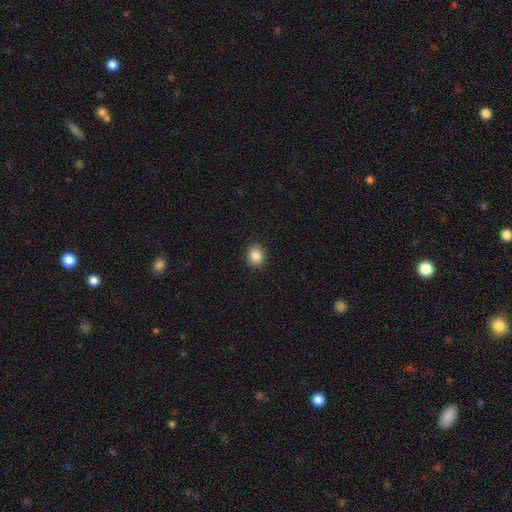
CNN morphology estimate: smooth_or_featured: smooth (p=0.86) [alt: star or artifact p=0.09]
how_rounded: round (p=0.75) [alt: in between p=0.24]
merging: none (p=0.92) [alt: minor disturbance p=0.06]